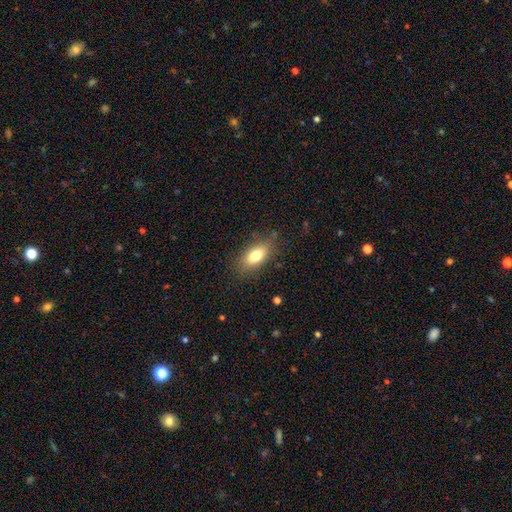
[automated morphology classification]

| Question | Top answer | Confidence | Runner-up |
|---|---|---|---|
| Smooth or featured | smooth | 77% | featured or disk (14%) |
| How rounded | in between | 85% | cigar-shaped (9%) |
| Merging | none | 79% | minor disturbance (15%) |